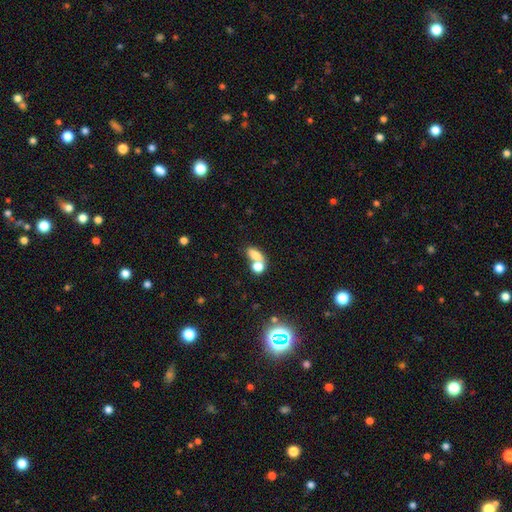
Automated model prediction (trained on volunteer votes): Smooth or featured: smooth — 74% (featured or disk — 14%)
How rounded: in between — 73% (round — 21%)
Merging: merger — 54% (none — 31%)